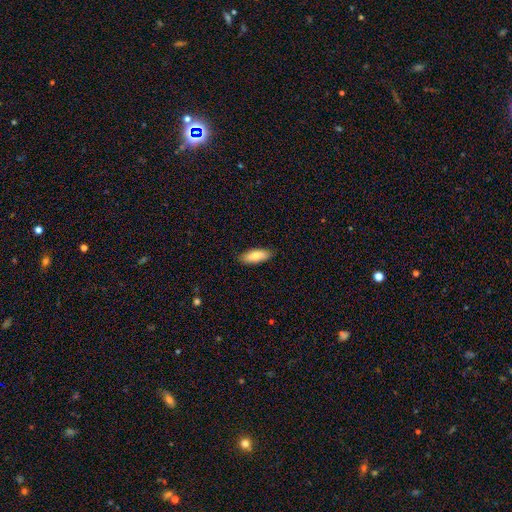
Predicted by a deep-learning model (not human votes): Smooth or featured: smooth — 82% (featured or disk — 12%)
How rounded: in between — 74% (cigar-shaped — 24%)
Merging: none — 86% (minor disturbance — 11%)